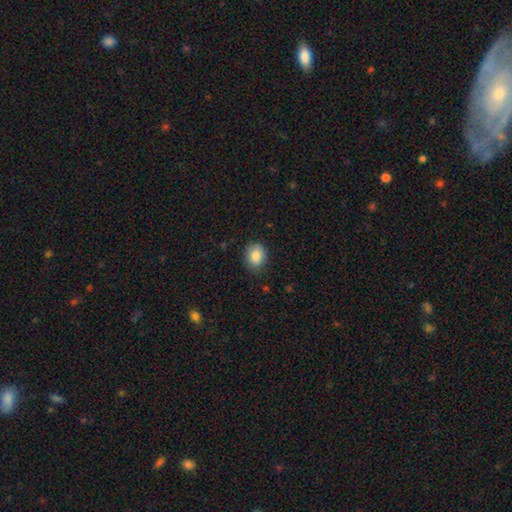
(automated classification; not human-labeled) A smooth galaxy with no disk features (87%) that is in between round and cigar-shaped (53%). Merging: none (82%).